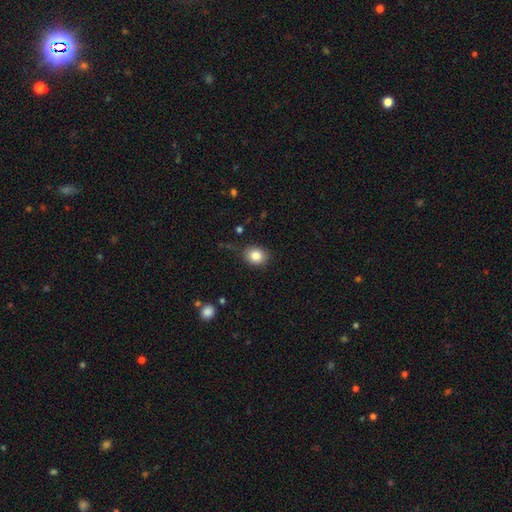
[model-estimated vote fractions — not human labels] Smooth or featured? Predicted: smooth (p=0.84). How rounded? Predicted: round (p=0.55). Merging? Predicted: none (p=0.83).